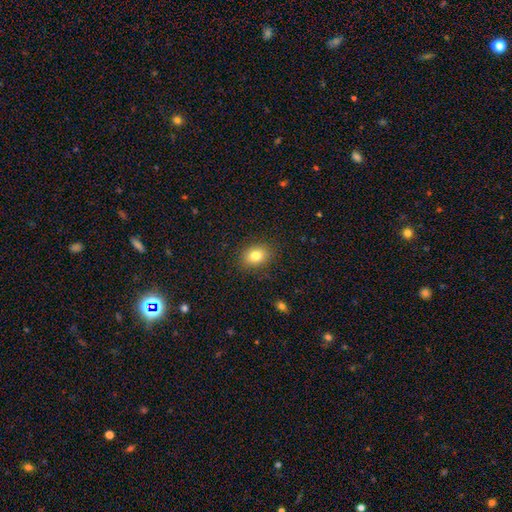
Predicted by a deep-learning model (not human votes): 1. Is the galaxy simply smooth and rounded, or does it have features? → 81% smooth, 10% star or artifact, 9% featured or disk.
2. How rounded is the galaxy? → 63% in between, 36% round, 1% cigar-shaped.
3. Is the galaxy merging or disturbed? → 87% none, 9% minor disturbance, 3% major disturbance, 1% merger.